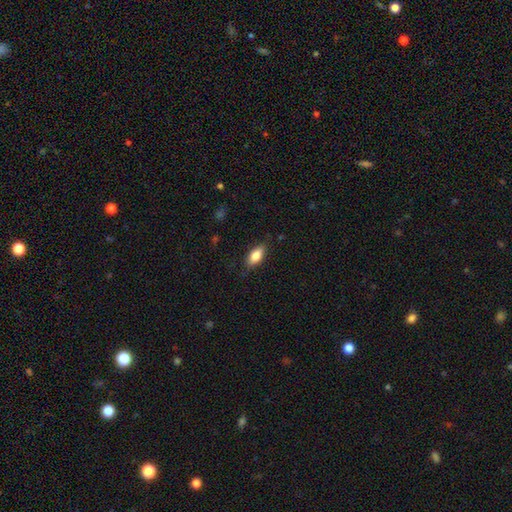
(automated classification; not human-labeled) Smooth or featured? Predicted: smooth (p=0.80). How rounded? Predicted: in between (p=0.85). Merging? Predicted: none (p=0.81).